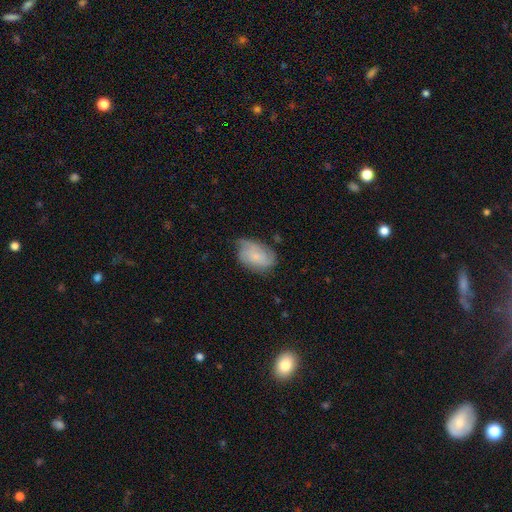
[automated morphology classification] smooth_or_featured: smooth (p=0.47) [alt: featured or disk p=0.45]
merging: none (p=0.50) [alt: minor disturbance p=0.35]